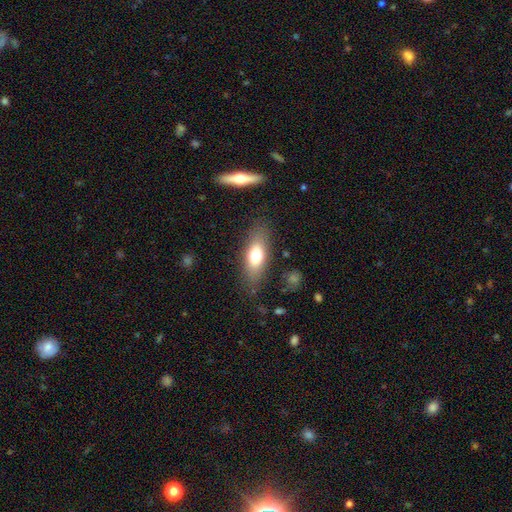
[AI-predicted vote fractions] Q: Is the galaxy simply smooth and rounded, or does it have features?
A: smooth — 70%.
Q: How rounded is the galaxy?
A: in between — 70%.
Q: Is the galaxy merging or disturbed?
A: none — 82%.